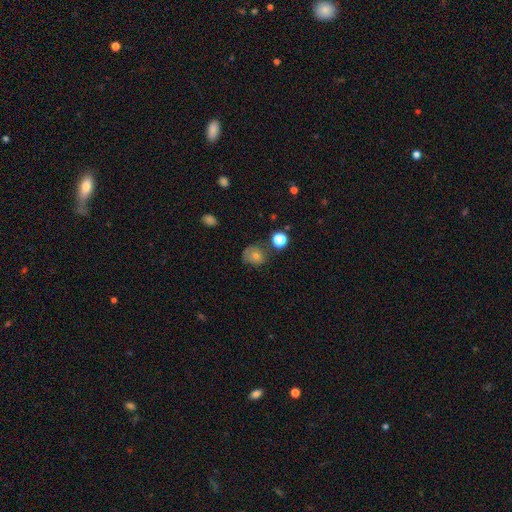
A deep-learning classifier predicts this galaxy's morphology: type=smooth (61%); roundness=round (80%); merging=none (66%).